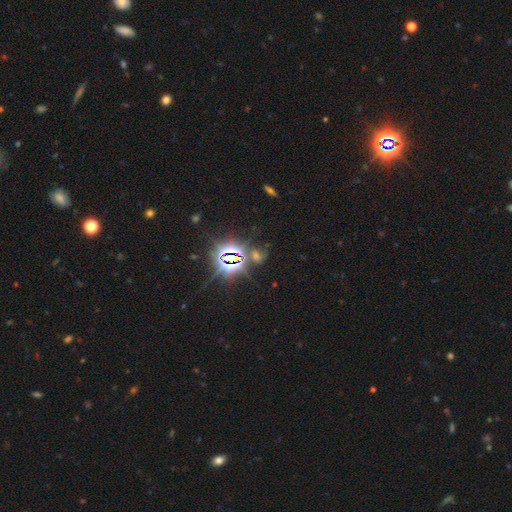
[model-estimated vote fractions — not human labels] star or artifact 76%, smooth 15%, featured or disk 9%.